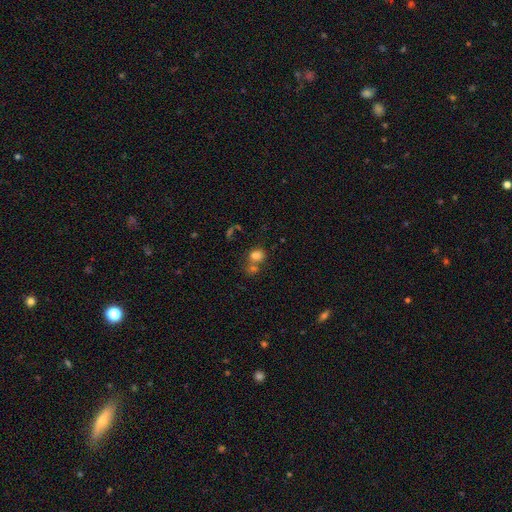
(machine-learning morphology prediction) Smooth or featured? Predicted: smooth (p=0.78). How rounded? Predicted: round (p=0.56). Merging? Predicted: none (p=0.48).